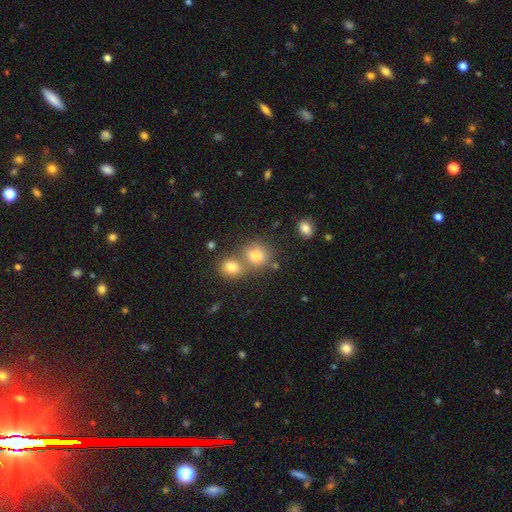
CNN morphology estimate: Smooth or featured? smooth (77%)
How rounded? round (71%)
Merging? merger (44%, tied with none)